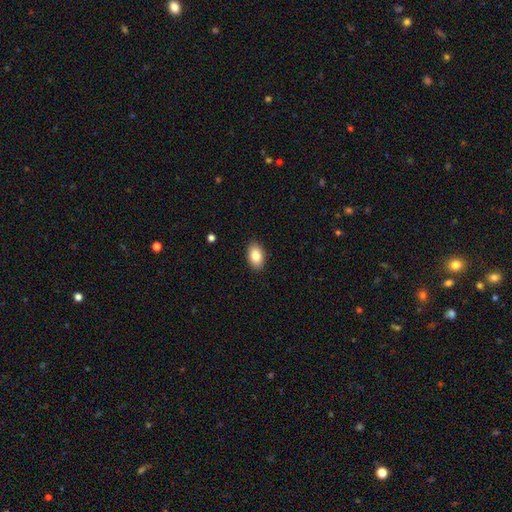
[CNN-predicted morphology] Q: Smooth or featured?
A: smooth (83%); runner-up: featured or disk (9%)
Q: How rounded?
A: in between (91%); runner-up: round (8%)
Q: Merging?
A: none (89%); runner-up: minor disturbance (8%)